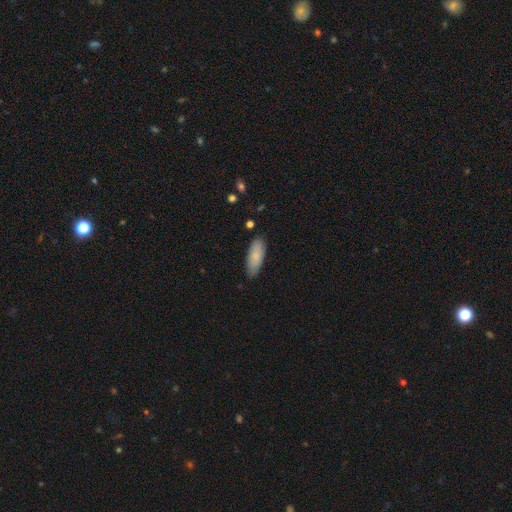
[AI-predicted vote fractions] smooth_or_featured: smooth (p=0.83) [alt: featured or disk p=0.11]
how_rounded: in between (p=0.74) [alt: cigar-shaped p=0.25]
merging: none (p=0.80) [alt: minor disturbance p=0.16]